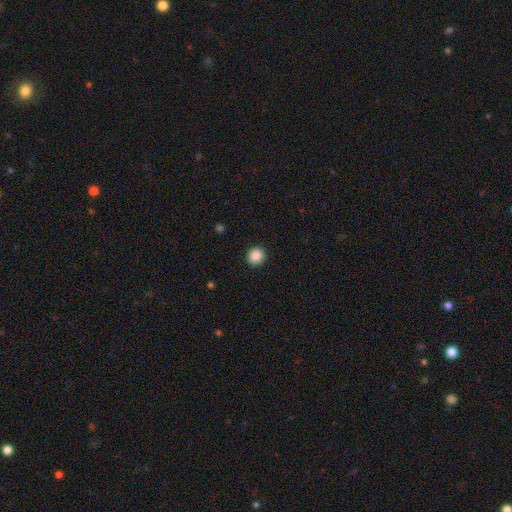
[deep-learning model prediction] Smooth or featured?
  - smooth: 88% *
  - star or artifact: 9%
  - featured or disk: 3%
How rounded?
  - round: 89% *
  - in between: 10%
  - cigar-shaped: 1%
Merging?
  - none: 92% *
  - minor disturbance: 5%
  - major disturbance: 2%
  - merger: 1%